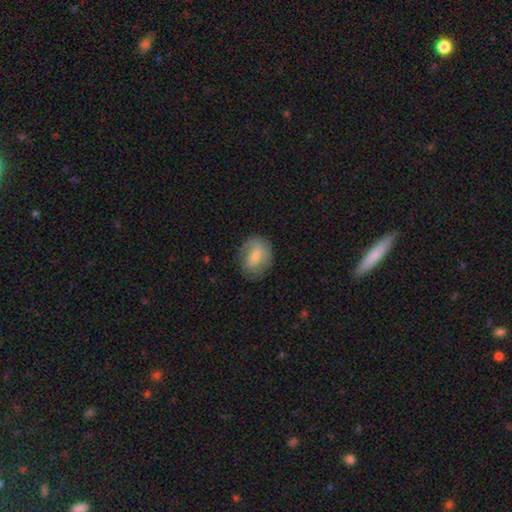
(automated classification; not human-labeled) This is possibly a smooth galaxy (53%). How rounded: possibly in between (56%). Merging: likely none (68%).